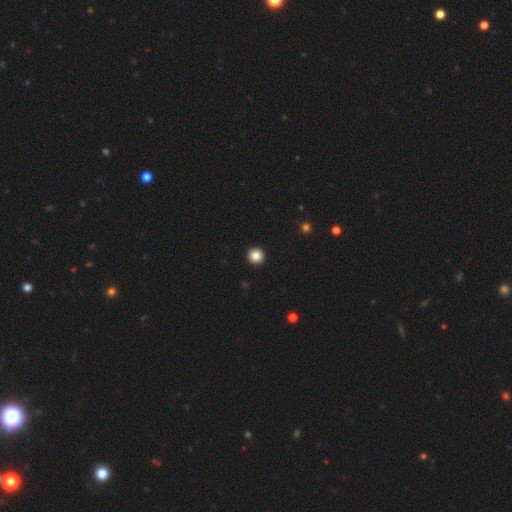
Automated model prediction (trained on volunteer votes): Morphology: type=smooth (86%); roundness=round (96%); merging=none (95%).